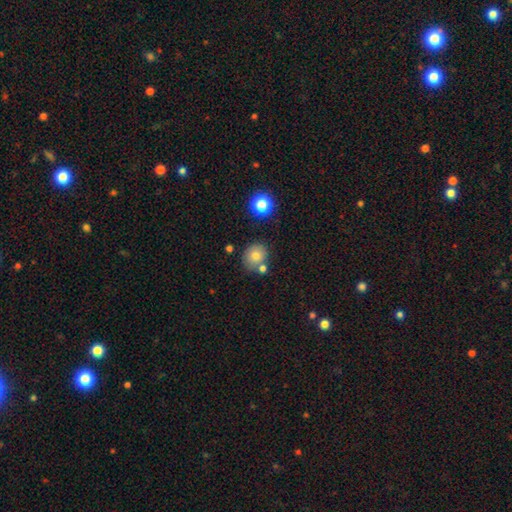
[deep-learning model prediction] Morphology: type=smooth (76%); roundness=round (76%); merging=none (69%).